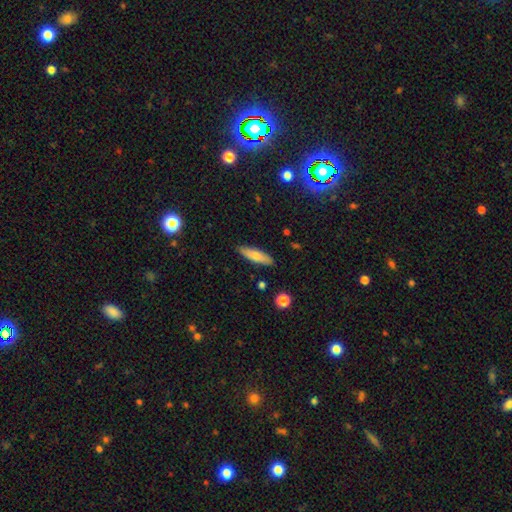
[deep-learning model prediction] This is likely a smooth galaxy (68%). How rounded: possibly cigar-shaped (58%). Merging: clearly none (87%).